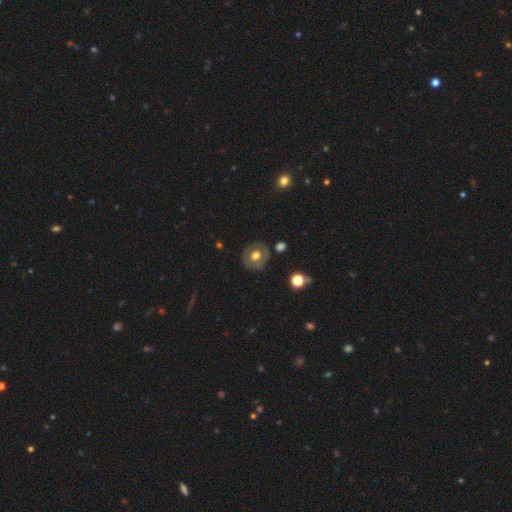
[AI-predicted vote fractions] Q: Smooth or featured?
A: smooth (47%); runner-up: featured or disk (45%)
Q: Merging?
A: none (80%); runner-up: minor disturbance (13%)